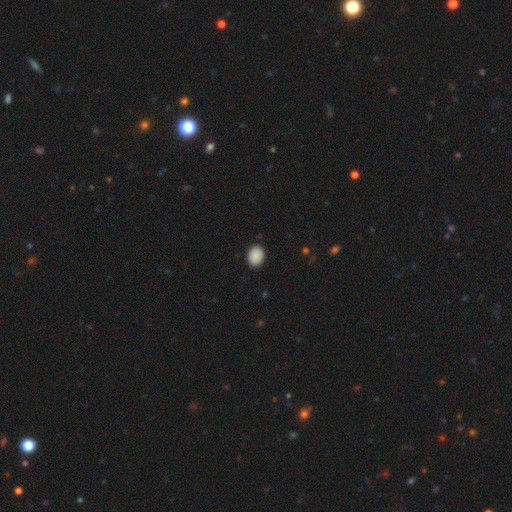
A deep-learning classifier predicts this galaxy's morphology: Overall: smooth (90%). How rounded: in between (58%; round 41%). Merging: none (89%).